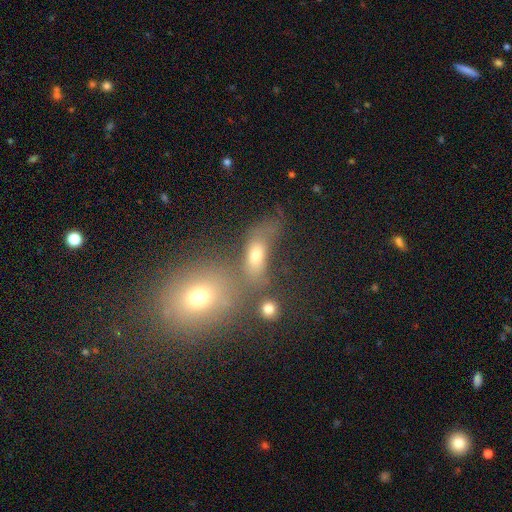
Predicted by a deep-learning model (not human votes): Overall: smooth (56%; featured or disk 24%). How rounded: in between (70%). Merging: merger (38%; none 37%).